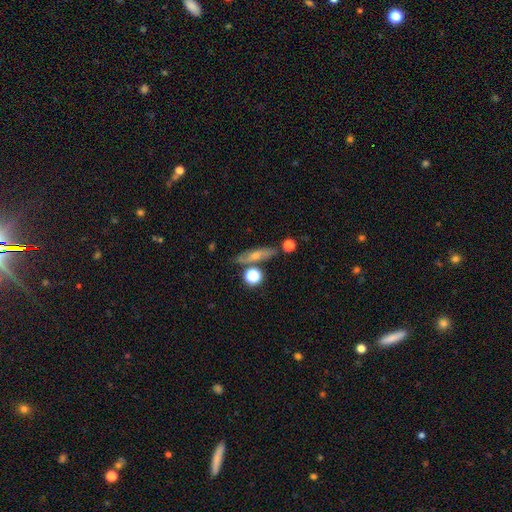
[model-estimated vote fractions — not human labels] smooth-or-featured: smooth: 47% | featured or disk: 40% | star or artifact: 13%
  merging: none: 71% | minor disturbance: 15% | merger: 9% | major disturbance: 5%